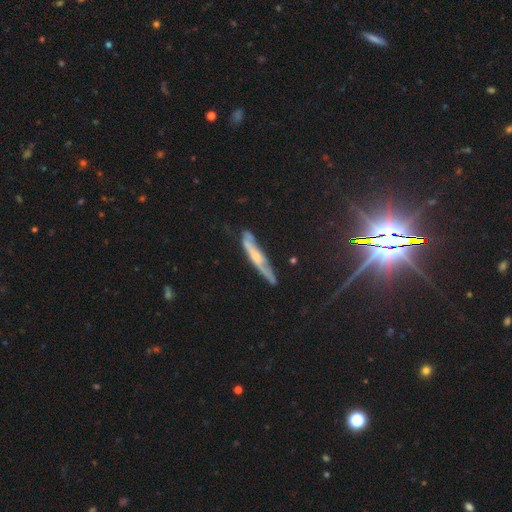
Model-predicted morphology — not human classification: A featured or disk galaxy (60%) viewed edge-on (76%).

Vote fractions:
- Smooth or featured? featured or disk: 60% / smooth: 32% / star or artifact: 9%
- Edge-on disk? yes: 76% / no: 24%
- Merging? none: 62% / minor disturbance: 27% / major disturbance: 8% / merger: 4%